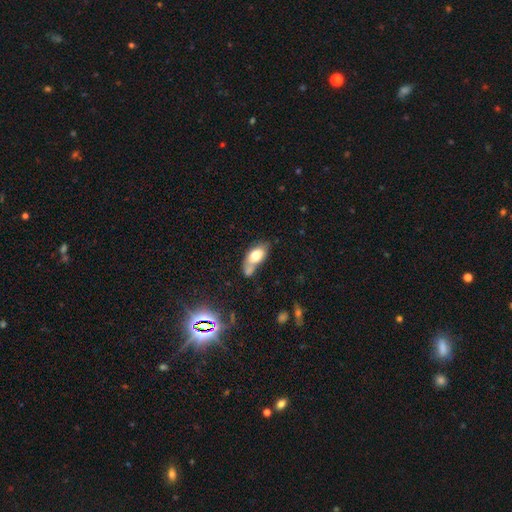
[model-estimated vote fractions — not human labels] The model was most divided on "merging": merger: 37%, none: 34%, minor disturbance: 20%, major disturbance: 9%. More confident: how rounded — in between (88%); smooth or featured — smooth (72%).